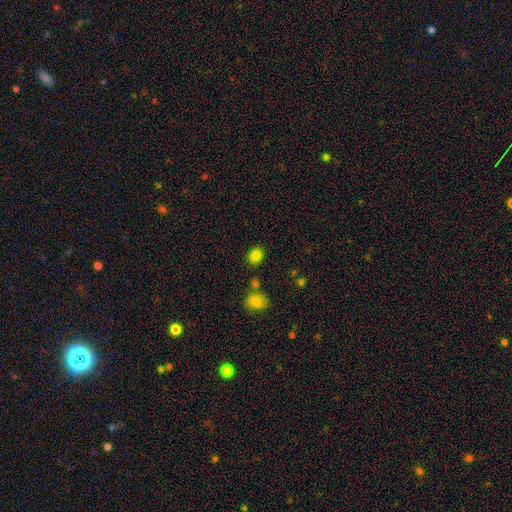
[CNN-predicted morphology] Smooth or featured: smooth — 83% (star or artifact — 12%)
How rounded: in between — 54% (round — 45%)
Merging: none — 79% (minor disturbance — 10%)